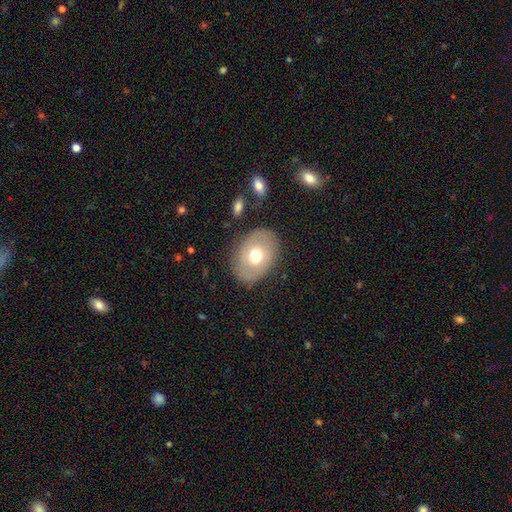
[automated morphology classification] smooth-or-featured: smooth: 55% | featured or disk: 37% | star or artifact: 7%
  how-rounded: in between: 73% | round: 26% | cigar-shaped: 1%
  merging: none: 82% | minor disturbance: 12% | major disturbance: 4% | merger: 2%